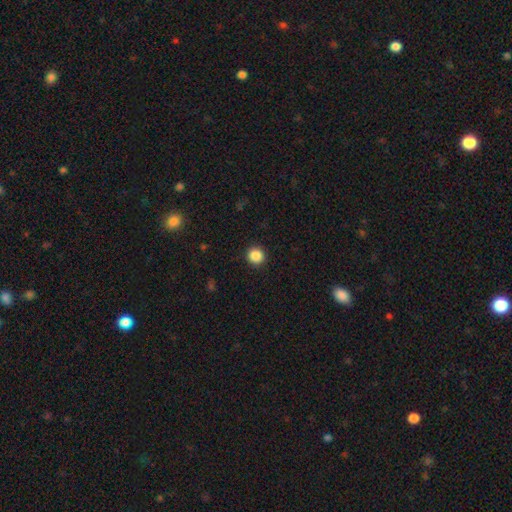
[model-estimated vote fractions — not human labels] This appears to be a smooth galaxy with no disk features (87%) that is round (94%). Merging: none (92%).